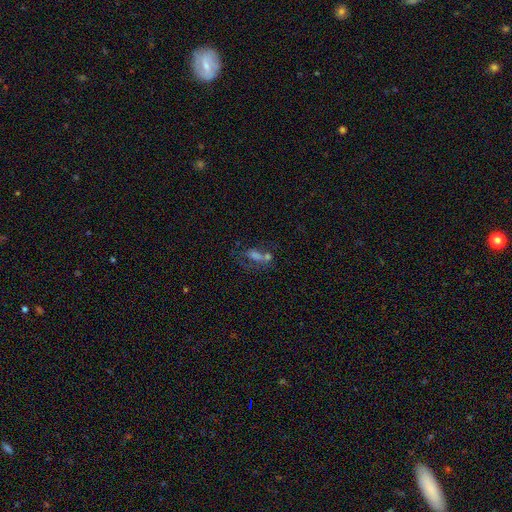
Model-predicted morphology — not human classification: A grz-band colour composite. It shows a smooth galaxy with no disk features (41%). Merging: none (36%).